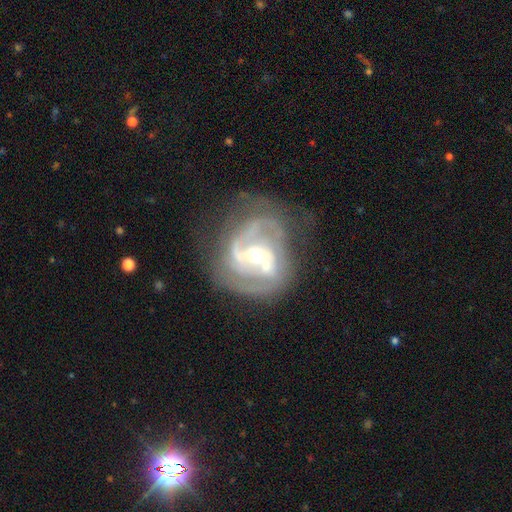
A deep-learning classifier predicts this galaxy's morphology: A featured or disk galaxy (88%) with a weak bar (41%), 2 (65%) medium (44%) spiral arms (93%) and a moderate central bulge (59%).

Vote fractions:
- Smooth or featured? featured or disk: 88% / smooth: 7% / star or artifact: 6%
- Edge-on disk? no: 98% / yes: 2%
- Bar? weak: 41% / strong: 31% / no: 28%
- Spiral arms? yes: 93% / no: 7%
- Spiral winding? medium: 44% / tight: 42% / loose: 14%
- Spiral arm count? 2: 65% / can't tell: 13% / 3: 12% / 1: 4% / 4: 3% / more than 4: 3%
- Bulge size? moderate: 59% / small: 35% / large: 4% / none: 1% / dominant: 1%
- Merging? none: 56% / minor disturbance: 19% / major disturbance: 15% / merger: 11%